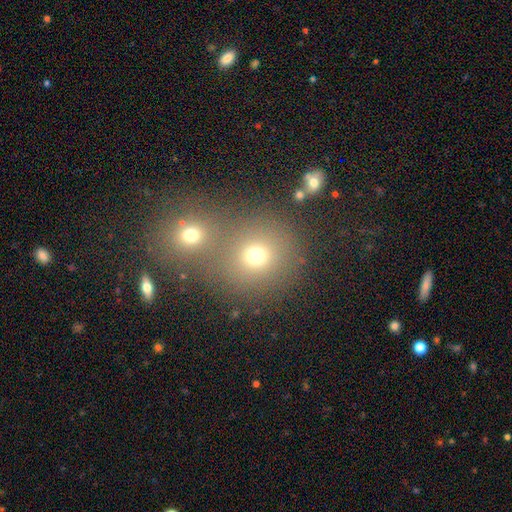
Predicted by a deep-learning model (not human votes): This is likely a smooth galaxy (71%). How rounded: clearly round (83%). Merging: possibly none (47%).